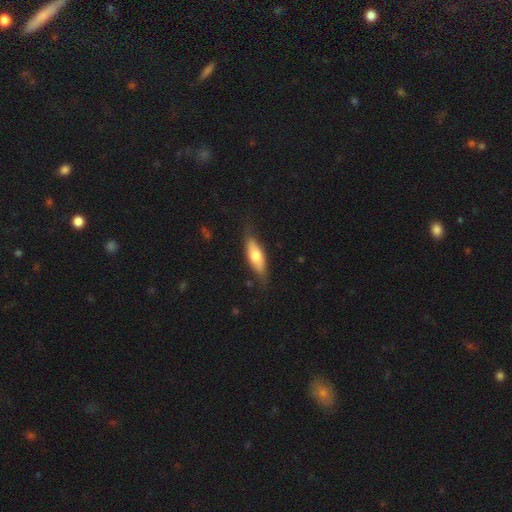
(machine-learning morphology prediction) This appears to be a smooth galaxy with no disk features (63%) that is in between round and cigar-shaped (59%). Merging: none (74%).